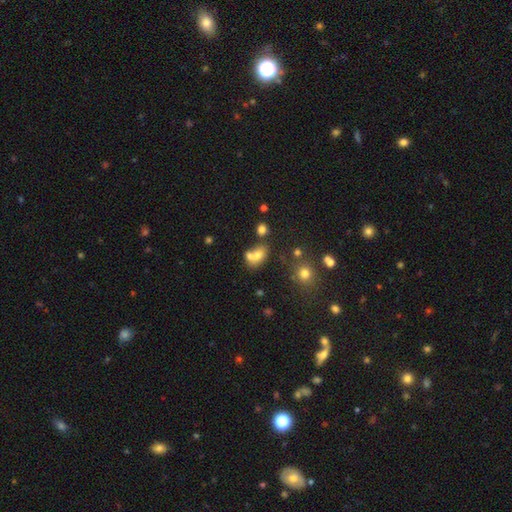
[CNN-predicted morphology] smooth-or-featured: smooth: 68% | featured or disk: 18% | star or artifact: 14%
  how-rounded: in between: 68% | round: 30% | cigar-shaped: 2%
  merging: merger: 49% | none: 35% | minor disturbance: 11% | major disturbance: 5%